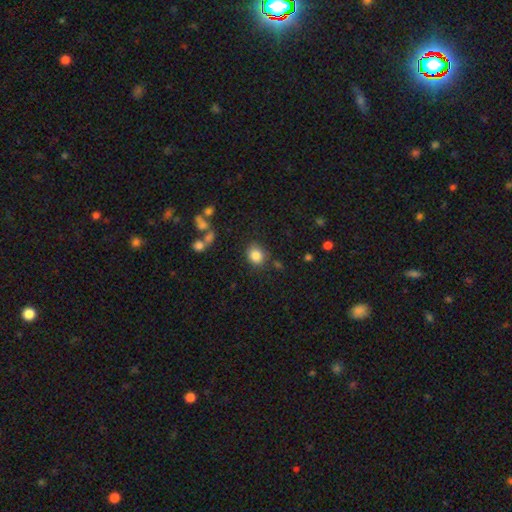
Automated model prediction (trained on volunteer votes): A smooth galaxy with no disk features (84%) that is round (67%).

Vote fractions:
- Smooth or featured? smooth: 84% / star or artifact: 10% / featured or disk: 6%
- How rounded? round: 67% / in between: 32% / cigar-shaped: 1%
- Merging? none: 79% / minor disturbance: 13% / major disturbance: 4% / merger: 4%